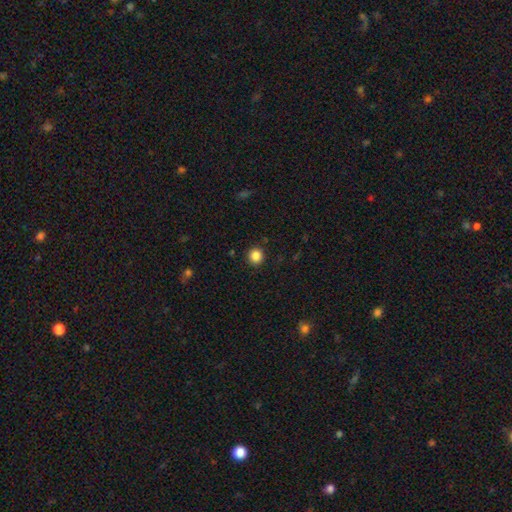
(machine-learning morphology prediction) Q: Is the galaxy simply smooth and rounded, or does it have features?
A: smooth — 86%.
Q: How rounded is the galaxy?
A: round — 93%.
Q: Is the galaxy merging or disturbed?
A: none — 92%.